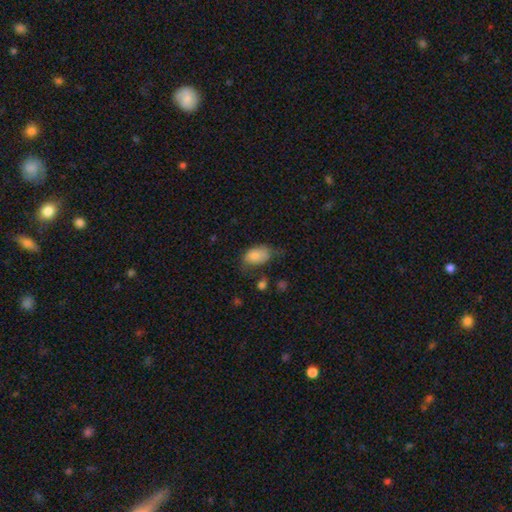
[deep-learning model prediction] smooth 81%, featured or disk 11%, star or artifact 8%. Down the decision tree: how rounded — in between (90%); merging — none (43%).